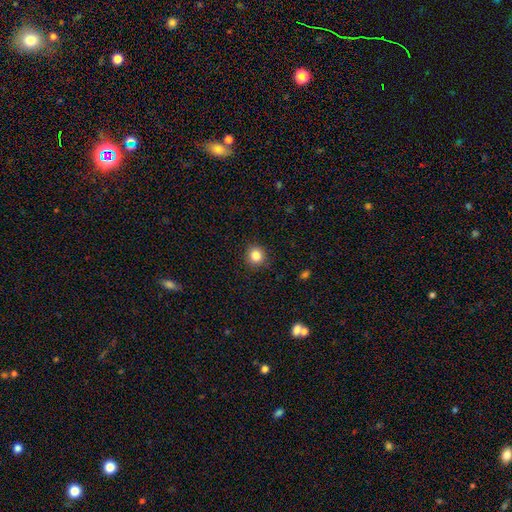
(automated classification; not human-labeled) Overall: smooth (84%). How rounded: round (93%). Merging: none (91%).